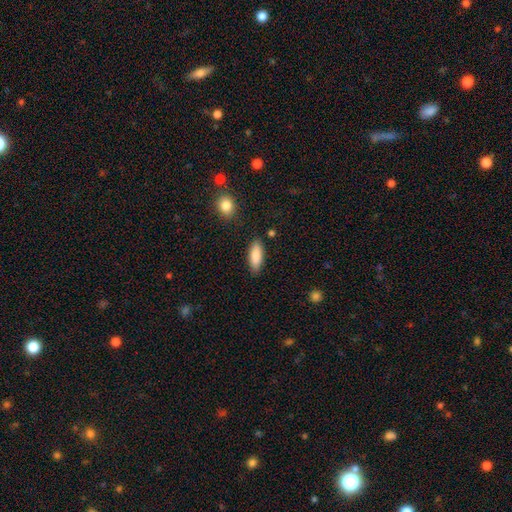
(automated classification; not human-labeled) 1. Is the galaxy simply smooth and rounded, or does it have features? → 86% smooth, 8% featured or disk, 6% star or artifact.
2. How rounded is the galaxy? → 71% in between, 27% cigar-shaped, 2% round.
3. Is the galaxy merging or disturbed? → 85% none, 10% minor disturbance, 2% major disturbance, 2% merger.